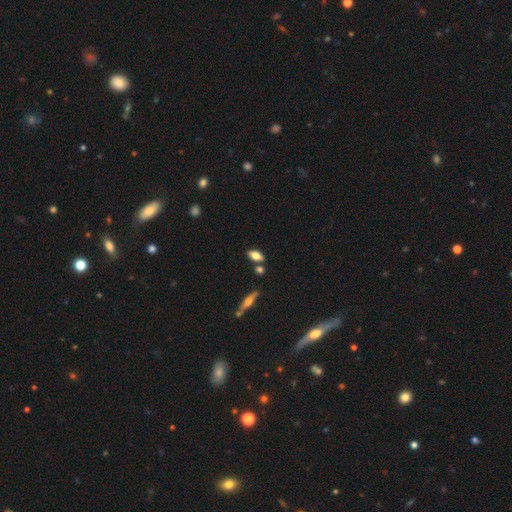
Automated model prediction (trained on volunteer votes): Overall: smooth (72%). How rounded: in between (83%). Merging: none (76%).